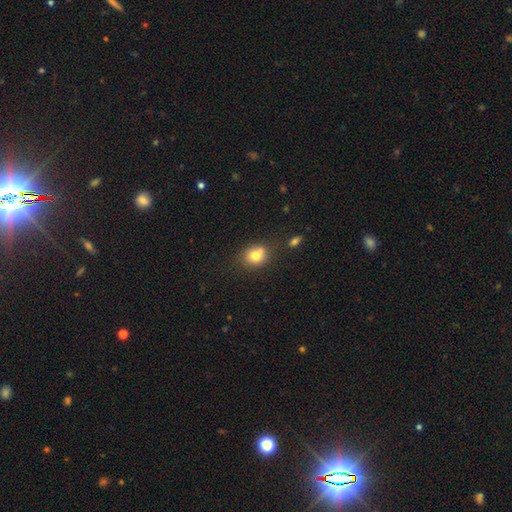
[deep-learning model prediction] A smooth galaxy with no disk features (77%) that is round (62%).

Vote fractions:
- Smooth or featured? smooth: 77% / featured or disk: 12% / star or artifact: 11%
- How rounded? round: 62% / in between: 37% / cigar-shaped: 1%
- Merging? none: 58% / merger: 23% / minor disturbance: 15% / major disturbance: 4%